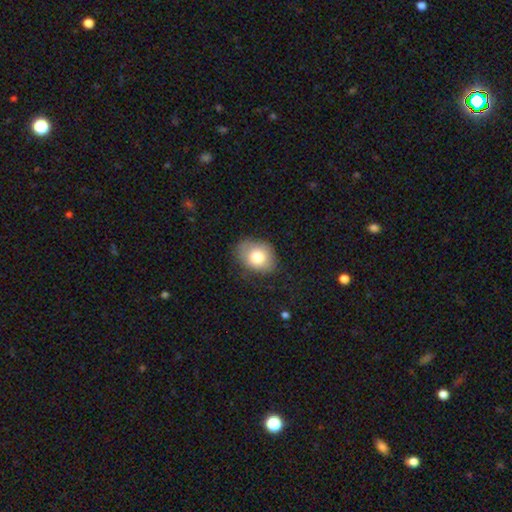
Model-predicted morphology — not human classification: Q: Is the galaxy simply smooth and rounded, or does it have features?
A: smooth — 75%.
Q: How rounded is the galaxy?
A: round — 51%.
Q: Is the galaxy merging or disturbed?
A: none — 72%.